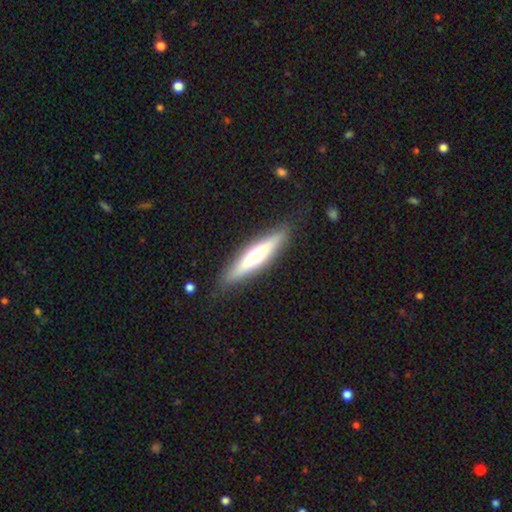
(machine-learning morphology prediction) smooth_or_featured: featured or disk (p=0.50) [alt: smooth p=0.45]
merging: none (p=0.86) [alt: minor disturbance p=0.10]